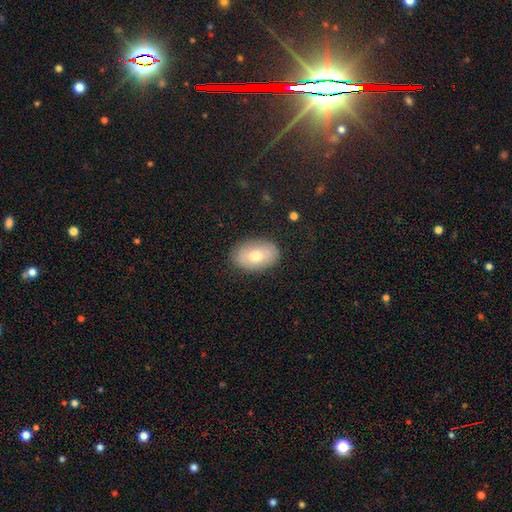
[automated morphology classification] This is likely a smooth galaxy (69%). How rounded: clearly in between (88%). Merging: clearly none (86%).